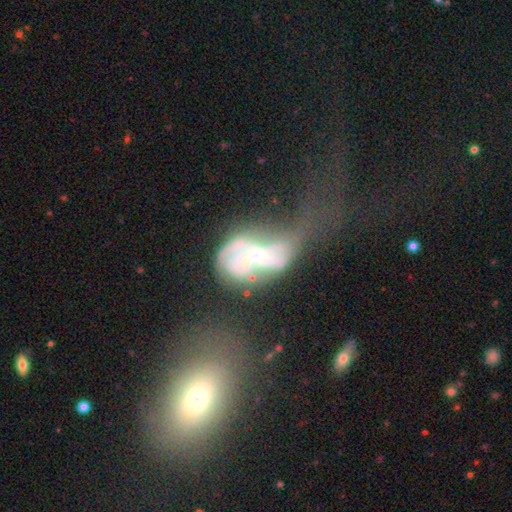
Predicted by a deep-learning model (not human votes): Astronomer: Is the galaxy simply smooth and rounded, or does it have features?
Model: featured or disk — 68%.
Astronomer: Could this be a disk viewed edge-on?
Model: no — 95%.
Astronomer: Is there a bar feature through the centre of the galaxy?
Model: no — 70%.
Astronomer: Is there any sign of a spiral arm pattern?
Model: no — 50%, tied with yes at 50%.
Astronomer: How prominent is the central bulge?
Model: moderate — 46% (runner-up: small, 39%).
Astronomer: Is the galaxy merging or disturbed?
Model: major disturbance — 47% (runner-up: merger, 34%).